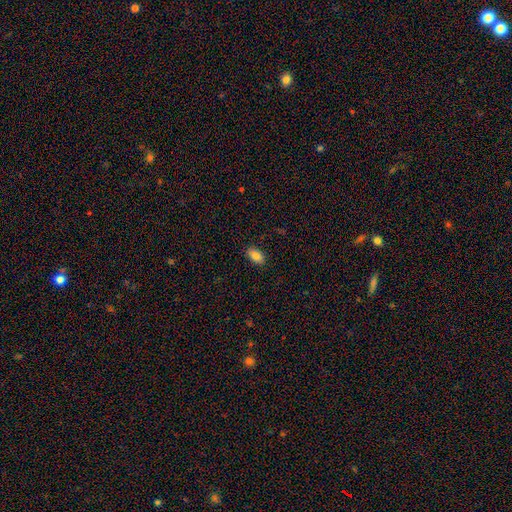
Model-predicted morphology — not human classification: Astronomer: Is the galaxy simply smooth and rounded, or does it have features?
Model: smooth — 86%.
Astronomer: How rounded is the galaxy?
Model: in between — 92%.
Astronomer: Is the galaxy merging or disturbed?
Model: none — 88%.